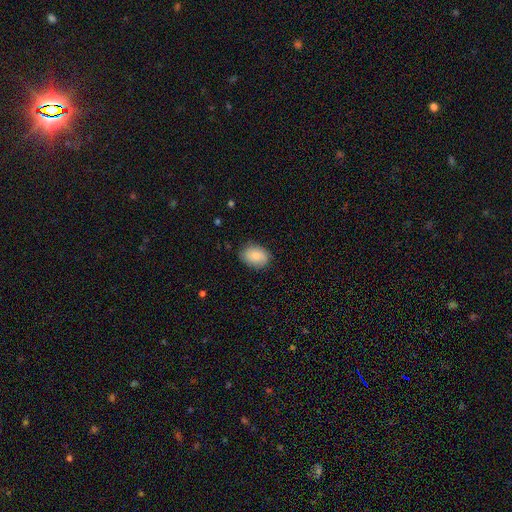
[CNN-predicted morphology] smooth 83%, featured or disk 10%, star or artifact 7%. Down the decision tree: how rounded — in between (77%); merging — none (81%).